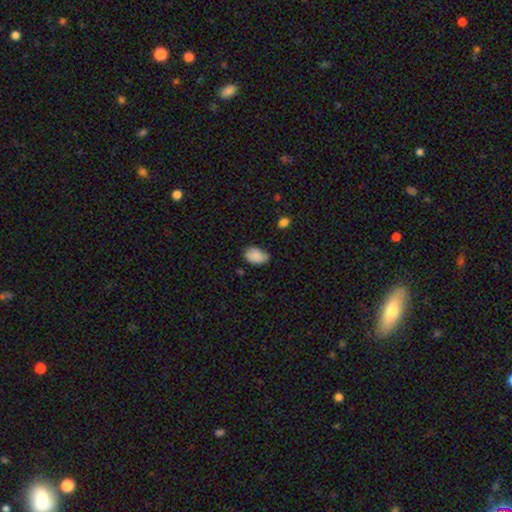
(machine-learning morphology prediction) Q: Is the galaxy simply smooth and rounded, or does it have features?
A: smooth — 81%.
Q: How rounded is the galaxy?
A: in between — 85%.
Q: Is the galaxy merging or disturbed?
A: none — 57%.